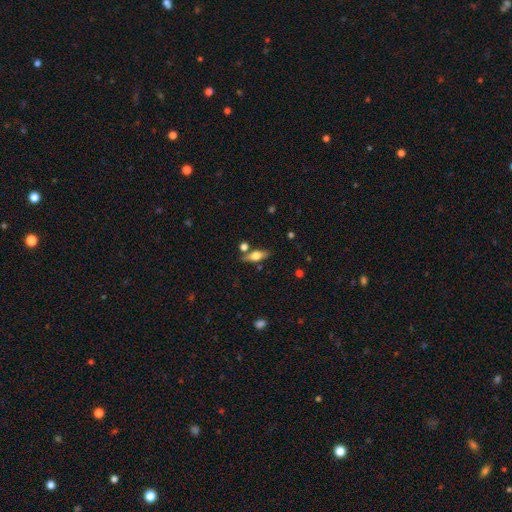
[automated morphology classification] Q: Smooth or featured?
A: smooth (52%); runner-up: featured or disk (41%)
Q: How rounded?
A: in between (60%); runner-up: cigar-shaped (36%)
Q: Merging?
A: none (76%); runner-up: minor disturbance (13%)